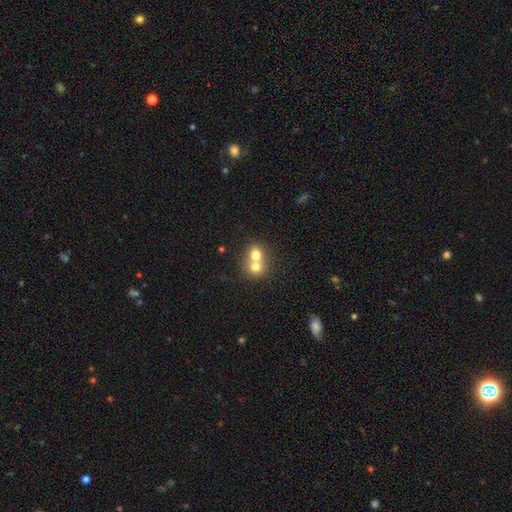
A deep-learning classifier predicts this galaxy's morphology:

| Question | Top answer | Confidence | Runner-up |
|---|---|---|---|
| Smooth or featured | smooth | 72% | featured or disk (18%) |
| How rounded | round | 71% | in between (28%) |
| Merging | merger | 71% | none (23%) |